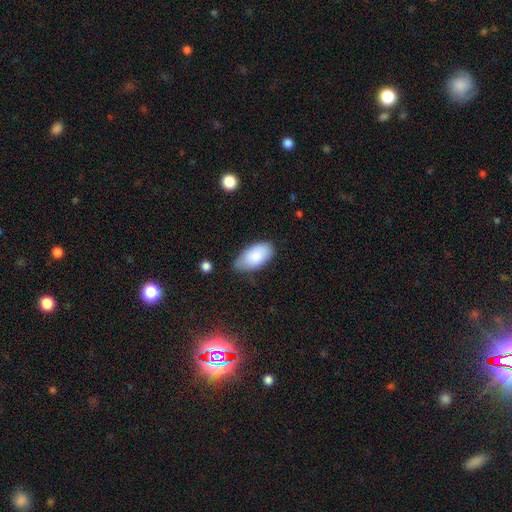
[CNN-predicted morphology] A smooth galaxy with no disk features (85%) that is in between round and cigar-shaped (95%). Merging: none (65%).